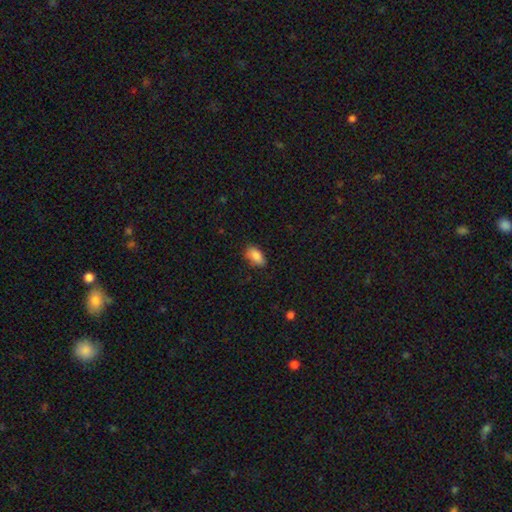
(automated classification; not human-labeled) The model was most divided on "merging": none: 77%, minor disturbance: 18%, major disturbance: 3%, merger: 1%. More confident: how rounded — in between (91%); smooth or featured — smooth (87%).